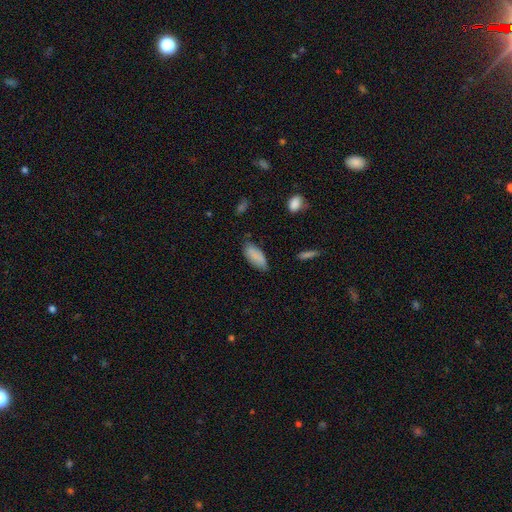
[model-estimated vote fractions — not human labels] Smooth or featured: smooth — 84% (featured or disk — 9%)
How rounded: in between — 83% (cigar-shaped — 15%)
Merging: none — 67% (minor disturbance — 26%)